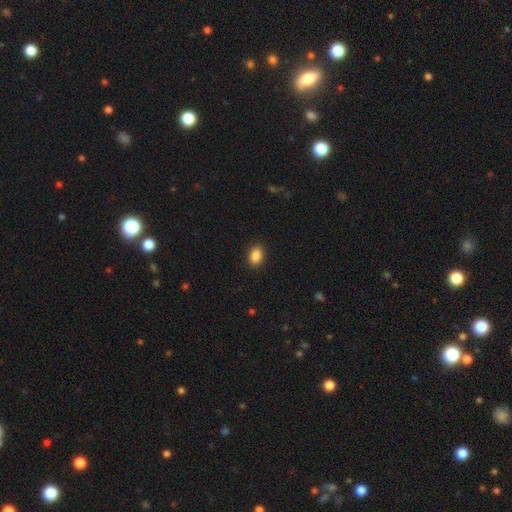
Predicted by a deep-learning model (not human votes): Q: Smooth or featured?
A: smooth (89%); runner-up: star or artifact (8%)
Q: How rounded?
A: in between (81%); runner-up: round (17%)
Q: Merging?
A: none (90%); runner-up: minor disturbance (7%)